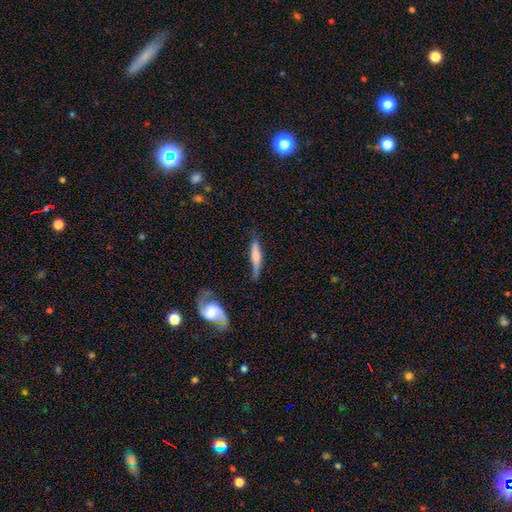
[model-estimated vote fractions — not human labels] Smooth or featured? Predicted: smooth (p=0.52). How rounded? Predicted: cigar-shaped (p=0.86). Merging? Predicted: none (p=0.66).